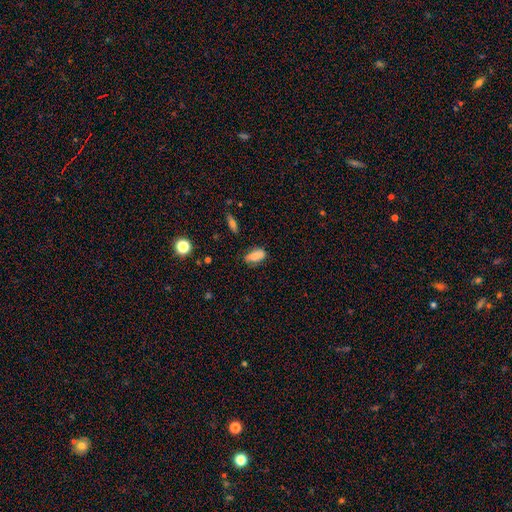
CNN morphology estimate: Q: Smooth or featured?
A: smooth (79%); runner-up: featured or disk (13%)
Q: How rounded?
A: in between (90%); runner-up: cigar-shaped (6%)
Q: Merging?
A: none (69%); runner-up: minor disturbance (24%)